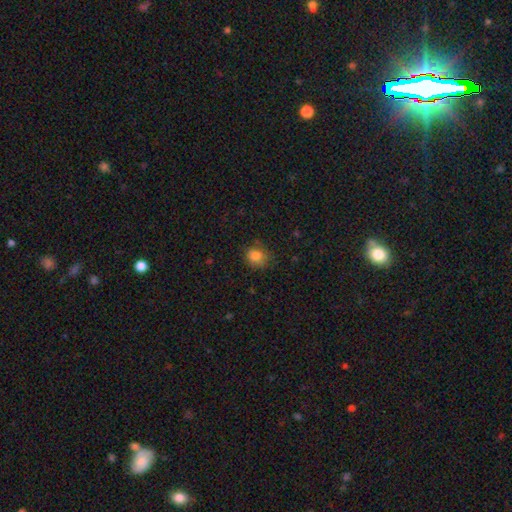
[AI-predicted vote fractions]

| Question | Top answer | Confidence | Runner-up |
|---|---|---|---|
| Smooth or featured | smooth | 83% | star or artifact (11%) |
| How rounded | round | 62% | in between (37%) |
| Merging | none | 73% | minor disturbance (21%) |